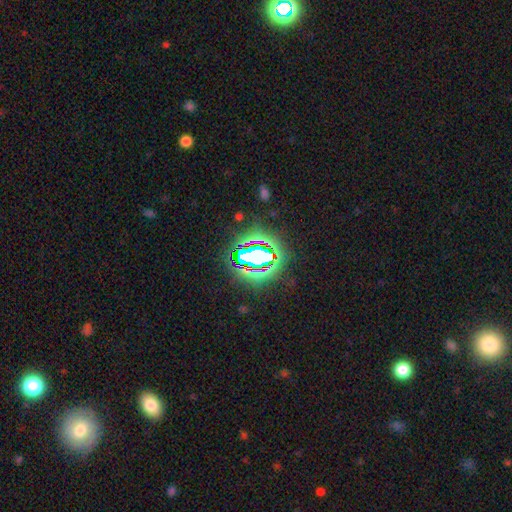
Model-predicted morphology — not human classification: Q: Smooth or featured?
A: star or artifact (66%); runner-up: smooth (20%)